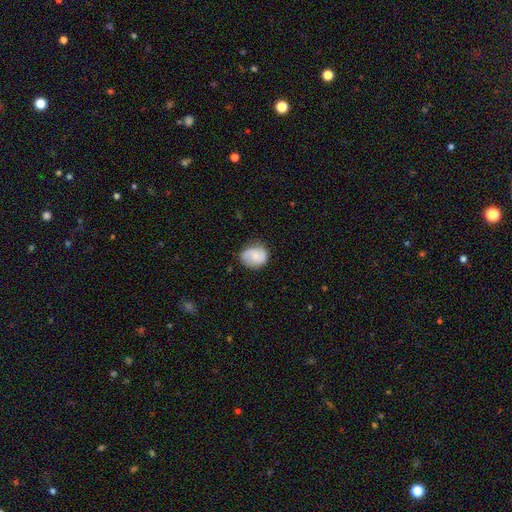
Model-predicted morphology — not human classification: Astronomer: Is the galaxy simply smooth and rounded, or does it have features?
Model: smooth — 57% (runner-up: featured or disk, 35%).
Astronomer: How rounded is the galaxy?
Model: round — 59% (runner-up: in between, 40%).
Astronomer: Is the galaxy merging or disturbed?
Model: none — 69%.